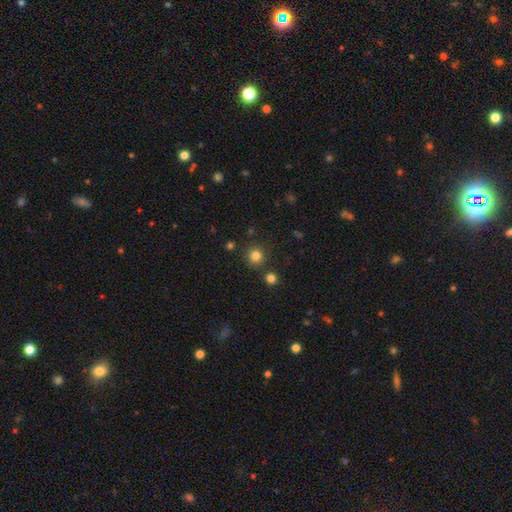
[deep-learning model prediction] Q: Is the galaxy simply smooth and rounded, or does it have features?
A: smooth — 81%.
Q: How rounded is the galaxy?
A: round — 93%.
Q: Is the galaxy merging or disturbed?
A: none — 85%.